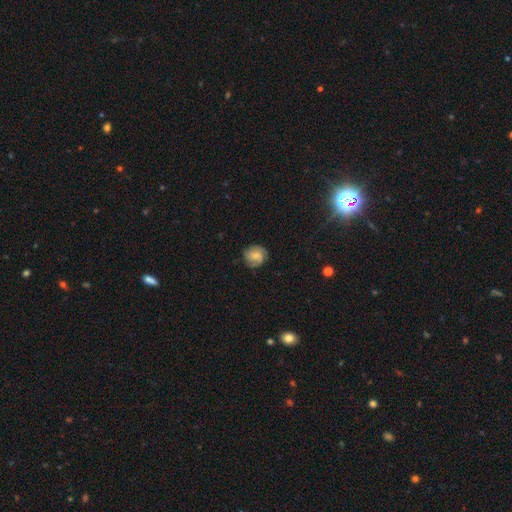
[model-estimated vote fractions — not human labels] Smooth or featured? Predicted: smooth (p=0.47). Merging? Predicted: none (p=0.72).